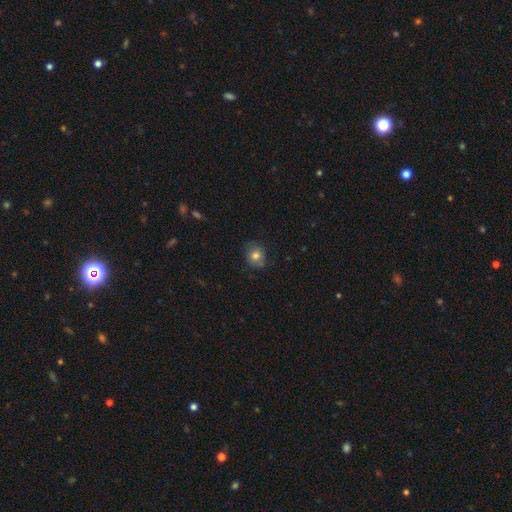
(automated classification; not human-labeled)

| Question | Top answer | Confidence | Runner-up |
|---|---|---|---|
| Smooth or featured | smooth | 77% | featured or disk (12%) |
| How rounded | round | 76% | in between (23%) |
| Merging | none | 75% | minor disturbance (19%) |